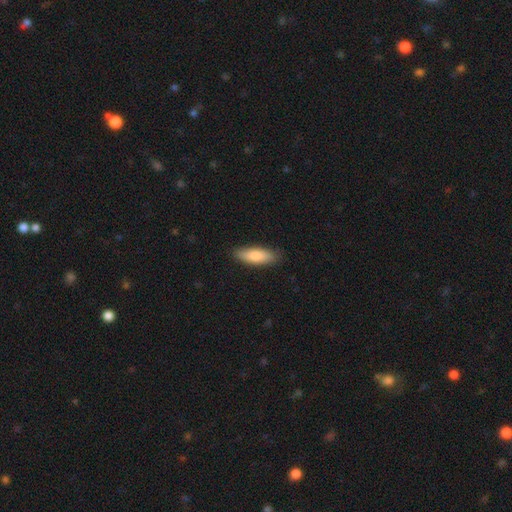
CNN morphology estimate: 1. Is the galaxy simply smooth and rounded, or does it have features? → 83% smooth, 11% featured or disk, 5% star or artifact.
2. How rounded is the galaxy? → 54% in between, 44% cigar-shaped, 2% round.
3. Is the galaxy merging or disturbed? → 87% none, 10% minor disturbance, 2% major disturbance, 1% merger.